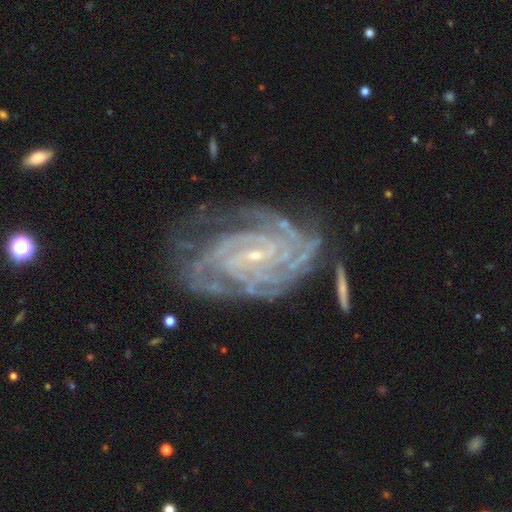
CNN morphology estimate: Smooth or featured: featured or disk — 91% (star or artifact — 6%)
Edge-on disk: no — 97% (yes — 3%)
Bar: weak — 40% (no — 39%)
Spiral arms: yes — 98% (no — 2%)
Spiral winding: tight — 78% (medium — 19%)
Spiral arm count: 4 — 30% (can't tell — 19%)
Bulge size: small — 86% (moderate — 10%)
Merging: none — 64% (minor disturbance — 22%)